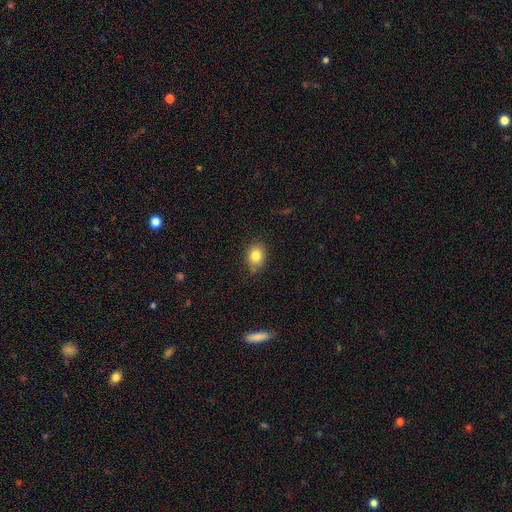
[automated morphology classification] type=smooth (83%); roundness=in between (59%); merging=none (77%).